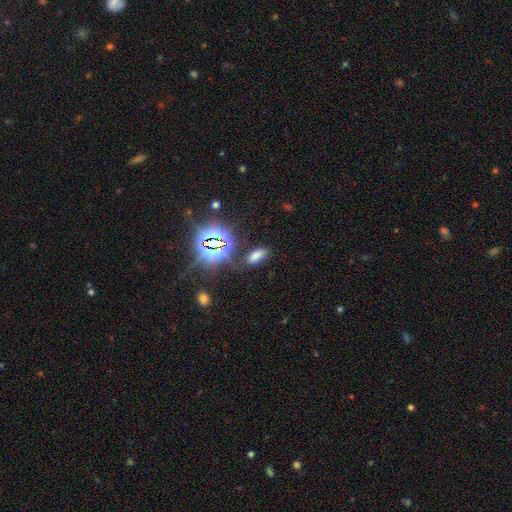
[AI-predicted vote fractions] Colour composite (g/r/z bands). It shows a smooth galaxy with no disk features (62%) that is in between round and cigar-shaped (86%). Merging: none (81%).